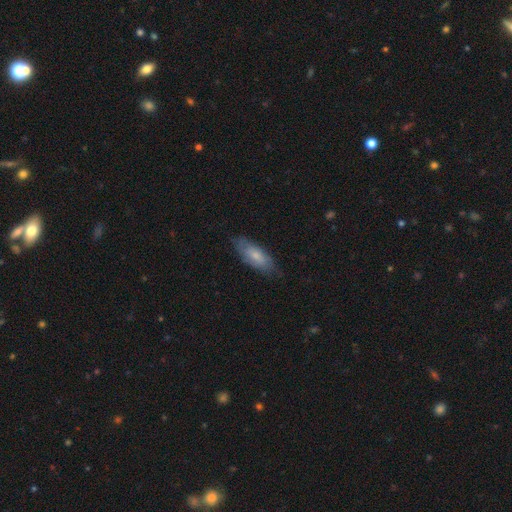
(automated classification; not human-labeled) Smooth or featured: smooth — 67% (featured or disk — 28%)
How rounded: in between — 75% (cigar-shaped — 23%)
Merging: none — 73% (minor disturbance — 21%)